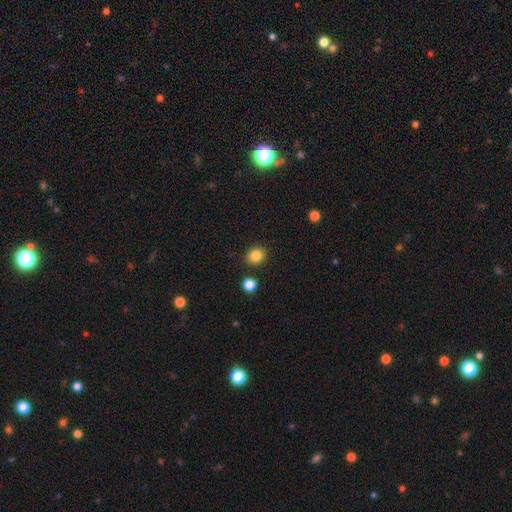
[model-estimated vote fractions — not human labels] smooth 85%, star or artifact 10%, featured or disk 5%. Down the decision tree: how rounded — round (71%); merging — none (86%).